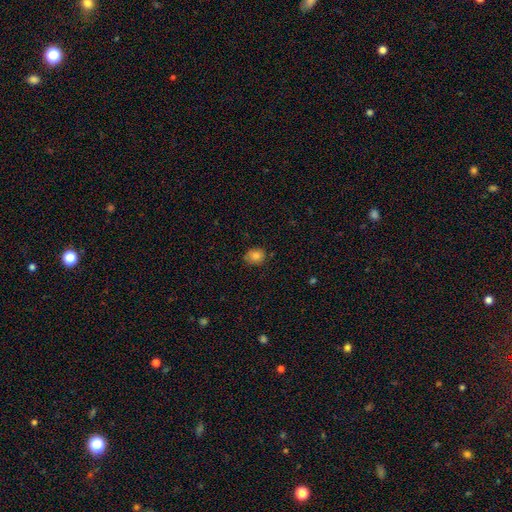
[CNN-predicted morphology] Q: Smooth or featured?
A: smooth (84%); runner-up: star or artifact (10%)
Q: How rounded?
A: round (62%); runner-up: in between (37%)
Q: Merging?
A: none (76%); runner-up: minor disturbance (19%)